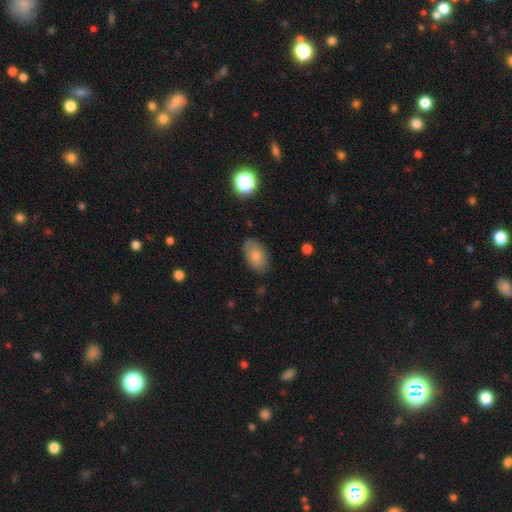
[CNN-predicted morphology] The model was most divided on "merging": none: 80%, minor disturbance: 15%, major disturbance: 3%, merger: 1%. More confident: how rounded — in between (92%); smooth or featured — smooth (80%).